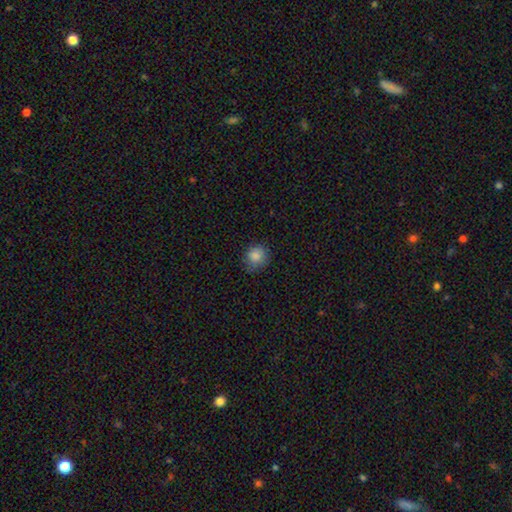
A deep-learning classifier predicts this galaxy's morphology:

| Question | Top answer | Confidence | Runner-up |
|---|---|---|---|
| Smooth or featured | smooth | 85% | star or artifact (10%) |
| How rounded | round | 81% | in between (18%) |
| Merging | none | 73% | minor disturbance (22%) |